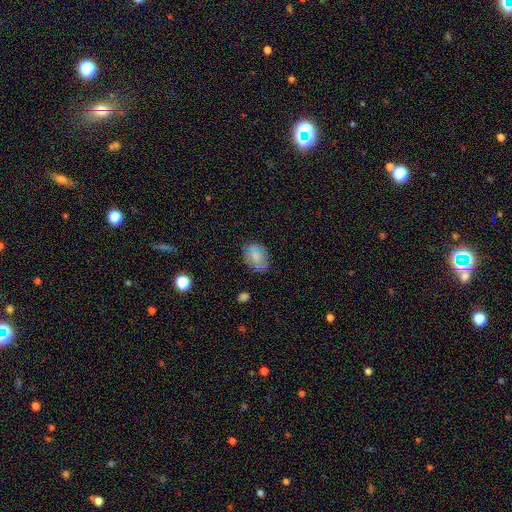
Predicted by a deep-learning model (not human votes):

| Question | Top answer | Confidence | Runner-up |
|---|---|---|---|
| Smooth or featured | smooth | 60% | featured or disk (29%) |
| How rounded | in between | 73% | round (26%) |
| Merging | none | 68% | minor disturbance (23%) |